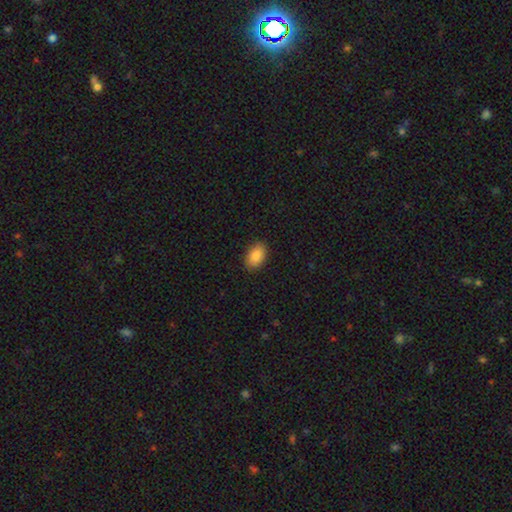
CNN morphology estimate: This appears to be a smooth galaxy with no disk features (89%) that is in between round and cigar-shaped (92%). Merging: none (89%).